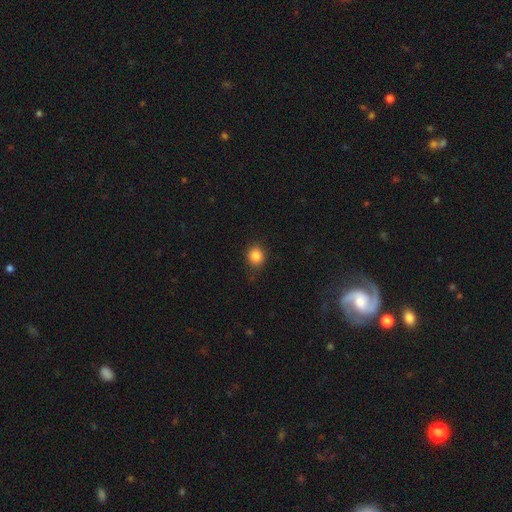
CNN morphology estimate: smooth 85%, star or artifact 10%, featured or disk 5%. Down the decision tree: how rounded — round (82%); merging — none (84%).